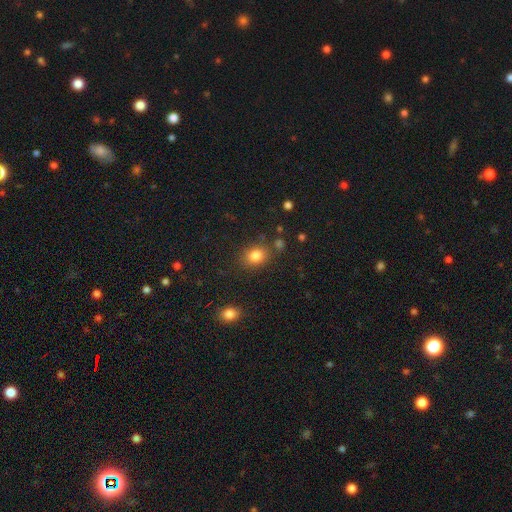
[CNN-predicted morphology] smooth_or_featured: smooth (p=0.82) [alt: star or artifact p=0.11]
how_rounded: round (p=0.50) [alt: in between p=0.49]
merging: none (p=0.80) [alt: minor disturbance p=0.12]